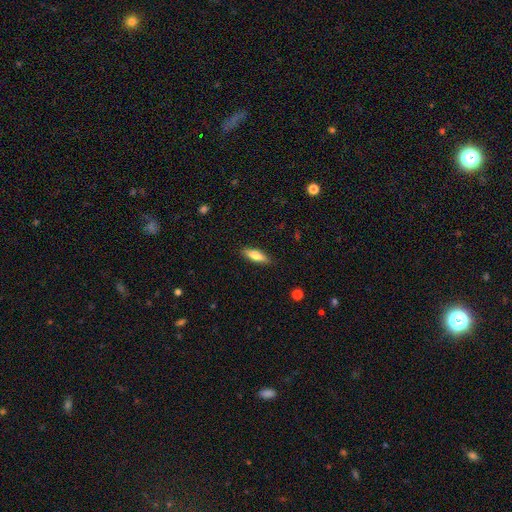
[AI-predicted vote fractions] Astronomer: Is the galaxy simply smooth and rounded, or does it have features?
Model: smooth — 71%.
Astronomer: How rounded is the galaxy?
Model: cigar-shaped — 50% (runner-up: in between, 47%).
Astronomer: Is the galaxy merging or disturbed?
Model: none — 88%.